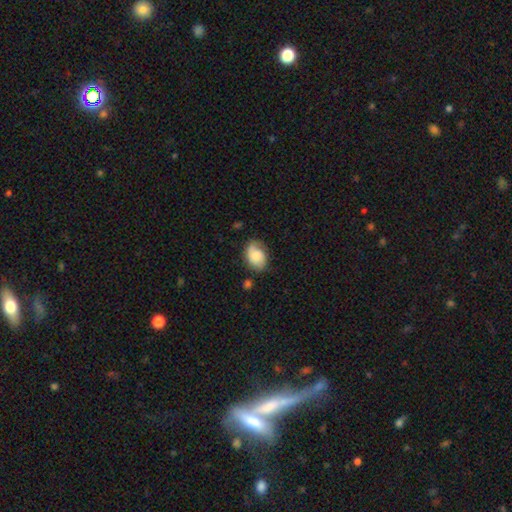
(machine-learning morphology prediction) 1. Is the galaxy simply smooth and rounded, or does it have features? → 65% smooth, 27% featured or disk, 8% star or artifact.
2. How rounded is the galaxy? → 75% in between, 24% round, 1% cigar-shaped.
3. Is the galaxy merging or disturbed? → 59% none, 28% minor disturbance, 10% major disturbance, 3% merger.